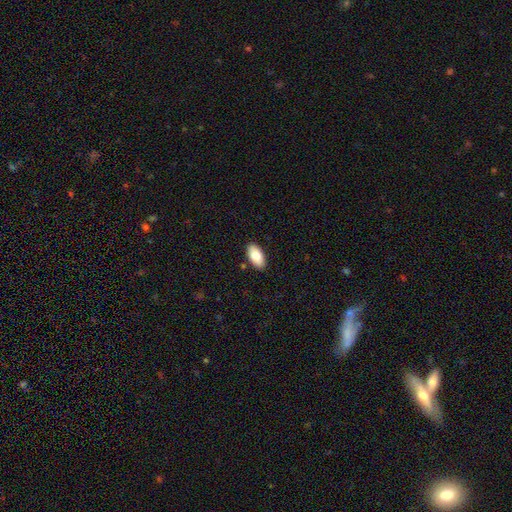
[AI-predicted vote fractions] This appears to be a smooth galaxy with no disk features (80%) that is in between round and cigar-shaped (94%). Merging: none (88%).